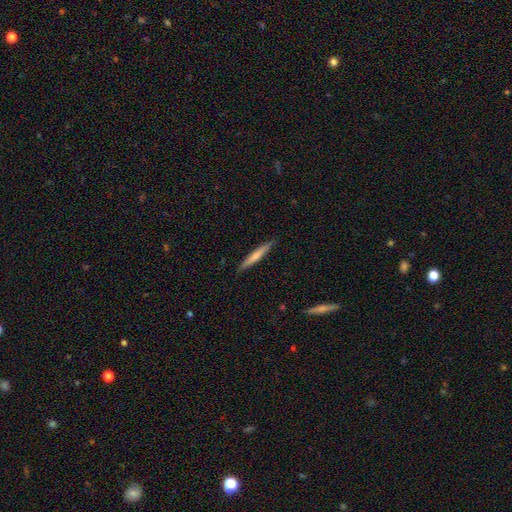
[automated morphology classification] A smooth galaxy with no disk features (59%) that is cigar-shaped (95%). Merging: none (90%).